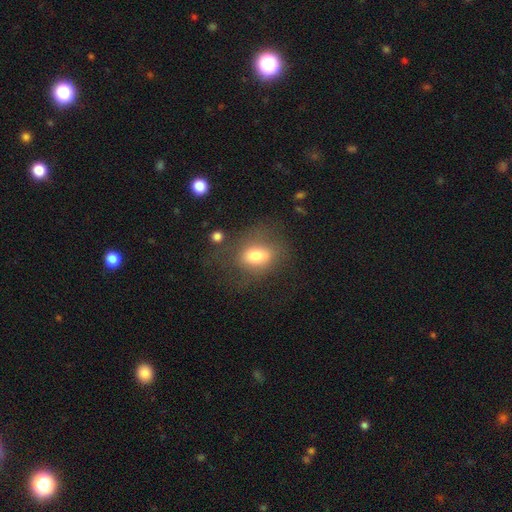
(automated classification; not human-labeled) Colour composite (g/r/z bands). It shows a smooth galaxy with no disk features (72%) that is in between round and cigar-shaped (60%). Merging: none (54%).